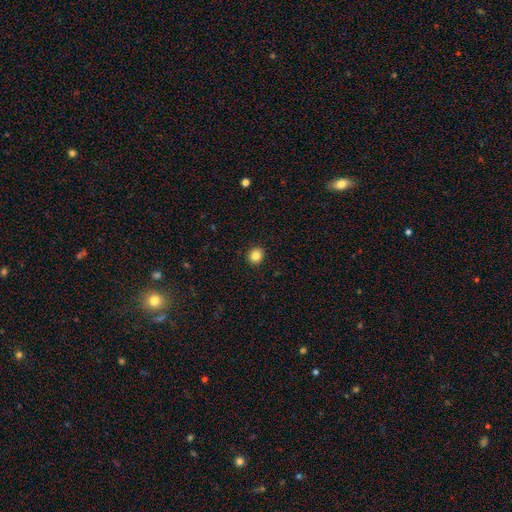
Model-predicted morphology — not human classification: smooth 84%, star or artifact 10%, featured or disk 5%. Down the decision tree: how rounded — round (81%); merging — none (92%).